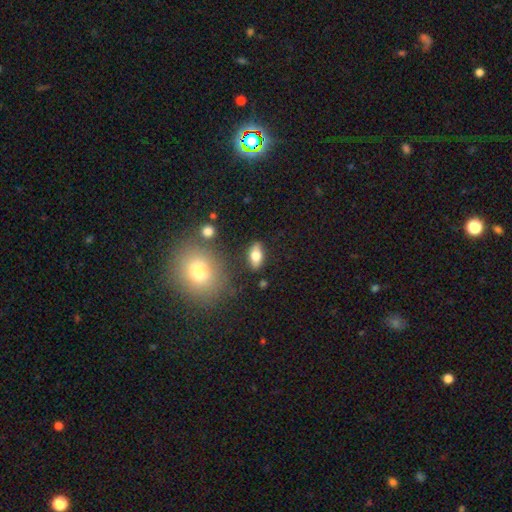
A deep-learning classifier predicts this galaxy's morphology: Smooth or featured?
  - smooth: 67% *
  - featured or disk: 26%
  - star or artifact: 8%
How rounded?
  - in between: 83% *
  - cigar-shaped: 12%
  - round: 6%
Merging?
  - none: 85% *
  - minor disturbance: 10%
  - merger: 3%
  - major disturbance: 3%